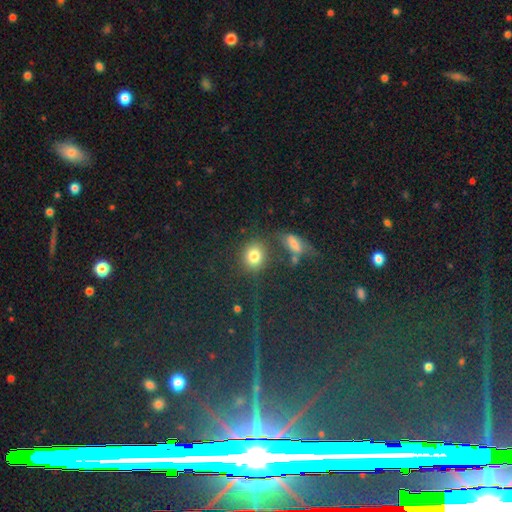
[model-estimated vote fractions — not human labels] Smooth or featured? smooth (76%)
How rounded? round (65%)
Merging? none (74%)